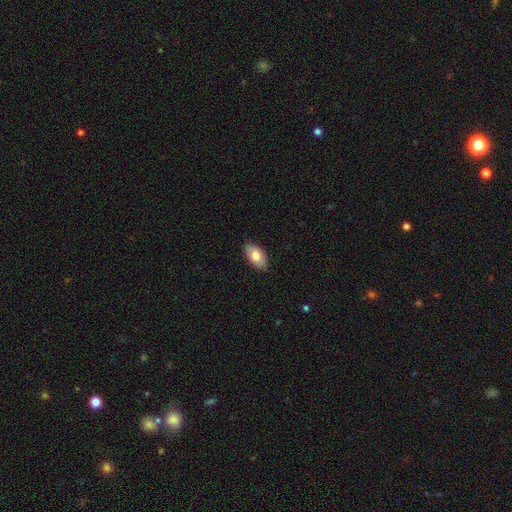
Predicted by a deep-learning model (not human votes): Smooth or featured? smooth (78%)
How rounded? in between (94%)
Merging? none (86%)